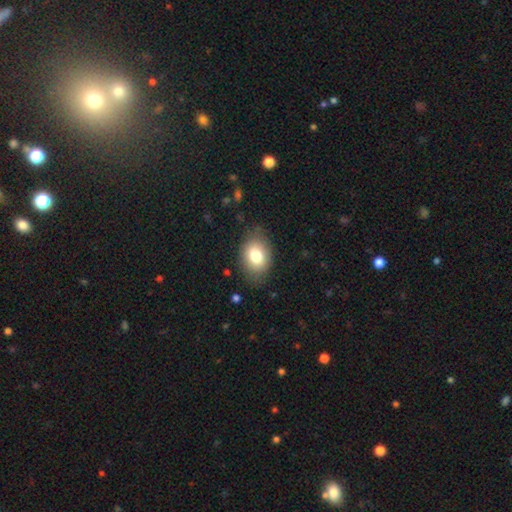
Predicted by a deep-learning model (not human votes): Q: Smooth or featured?
A: smooth (80%); runner-up: featured or disk (12%)
Q: How rounded?
A: in between (74%); runner-up: round (25%)
Q: Merging?
A: none (78%); runner-up: minor disturbance (17%)